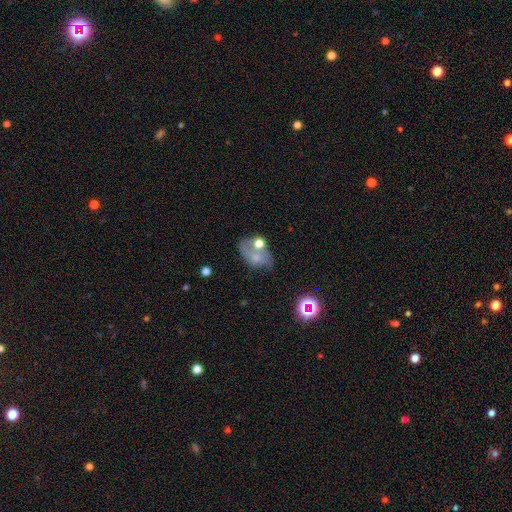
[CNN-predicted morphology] smooth_or_featured: smooth (p=0.50) [alt: featured or disk p=0.36]
how_rounded: in between (p=0.80) [alt: round p=0.18]
merging: none (p=0.40) [alt: merger p=0.25]